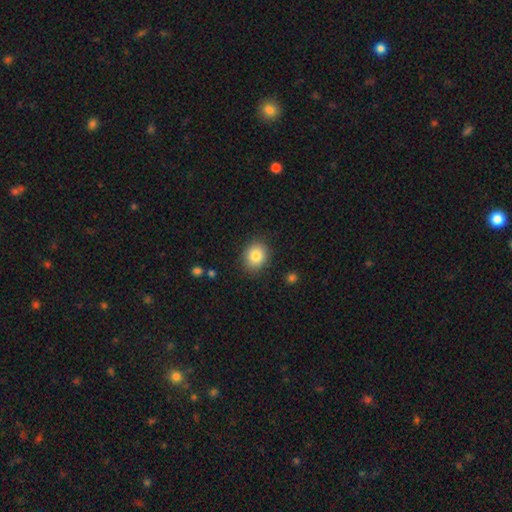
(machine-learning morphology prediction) This is clearly a smooth galaxy (83%). How rounded: likely round (61%). Merging: clearly none (87%).